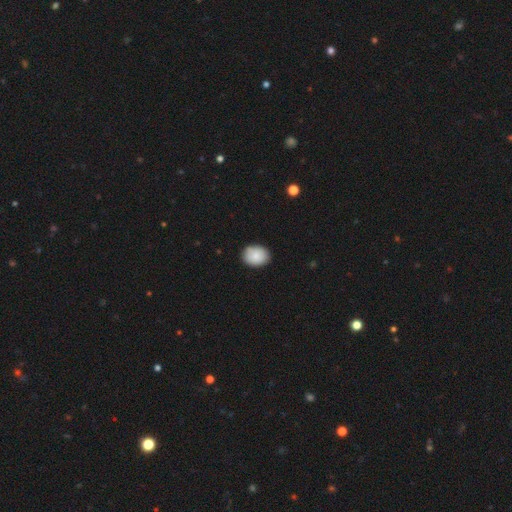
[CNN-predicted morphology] Smooth or featured? Predicted: smooth (p=0.86). How rounded? Predicted: in between (p=0.62). Merging? Predicted: none (p=0.85).